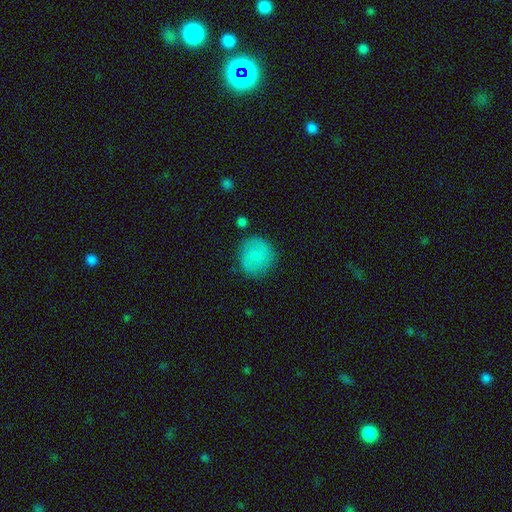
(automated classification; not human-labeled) Morphology: type=smooth (73%); roundness=round (85%); merging=none (79%).